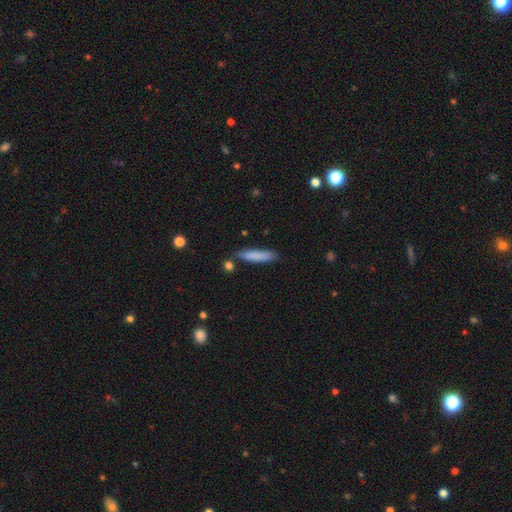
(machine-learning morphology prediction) type=smooth (81%); roundness=cigar-shaped (85%); merging=none (78%).